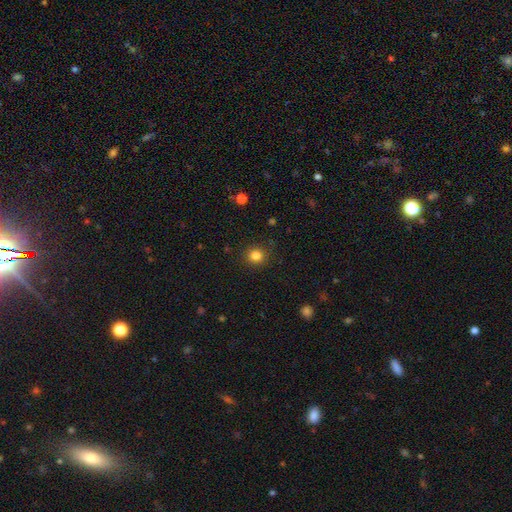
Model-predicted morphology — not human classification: smooth 83%, star or artifact 12%, featured or disk 5%. Down the decision tree: how rounded — round (88%); merging — none (89%).